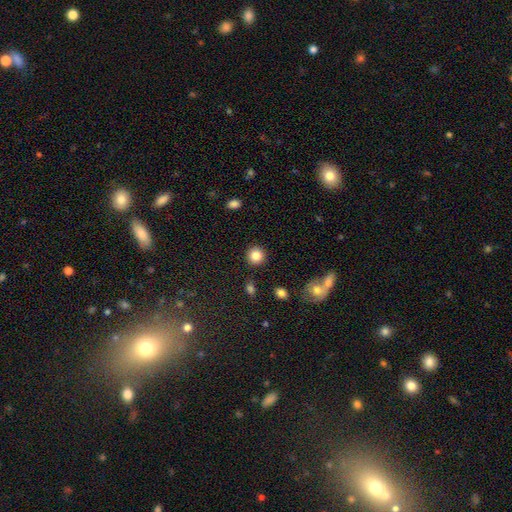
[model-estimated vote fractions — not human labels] smooth-or-featured: smooth: 85% | star or artifact: 10% | featured or disk: 6%
  how-rounded: round: 92% | in between: 7% | cigar-shaped: 1%
  merging: none: 90% | minor disturbance: 6% | major disturbance: 2% | merger: 2%